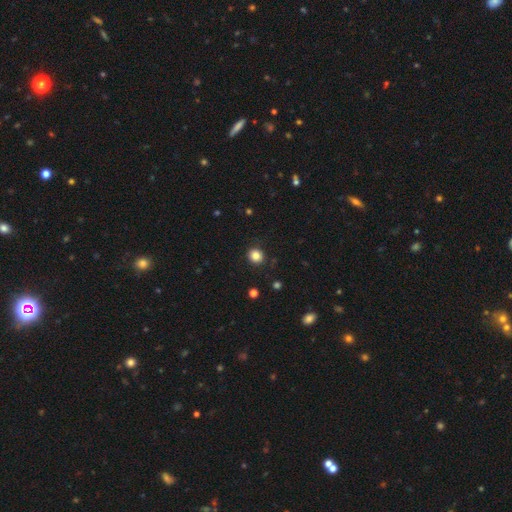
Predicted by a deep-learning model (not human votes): Overall: smooth (84%). How rounded: round (86%). Merging: none (90%).